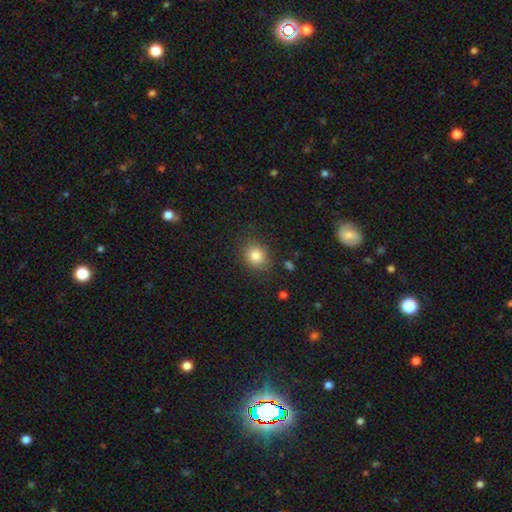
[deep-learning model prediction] Q: Smooth or featured?
A: smooth (83%); runner-up: star or artifact (10%)
Q: How rounded?
A: round (61%); runner-up: in between (38%)
Q: Merging?
A: none (82%); runner-up: minor disturbance (12%)